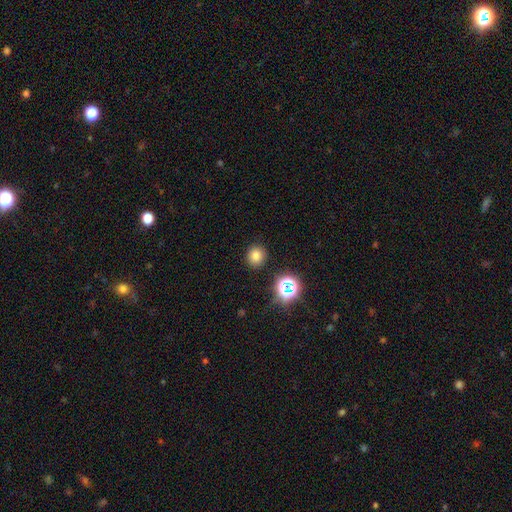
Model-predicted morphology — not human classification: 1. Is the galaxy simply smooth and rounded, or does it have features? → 76% smooth, 18% star or artifact, 6% featured or disk.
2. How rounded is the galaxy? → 86% round, 13% in between, 1% cigar-shaped.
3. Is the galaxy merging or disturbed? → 89% none, 7% minor disturbance, 2% major disturbance, 2% merger.